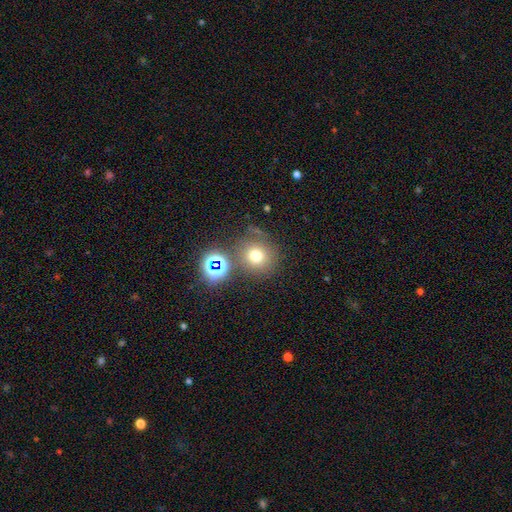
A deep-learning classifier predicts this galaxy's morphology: A smooth galaxy with no disk features (69%) that is round (91%).

Vote fractions:
- Smooth or featured? smooth: 69% / star or artifact: 21% / featured or disk: 10%
- How rounded? round: 91% / in between: 8% / cigar-shaped: 1%
- Merging? none: 72% / merger: 12% / minor disturbance: 11% / major disturbance: 5%